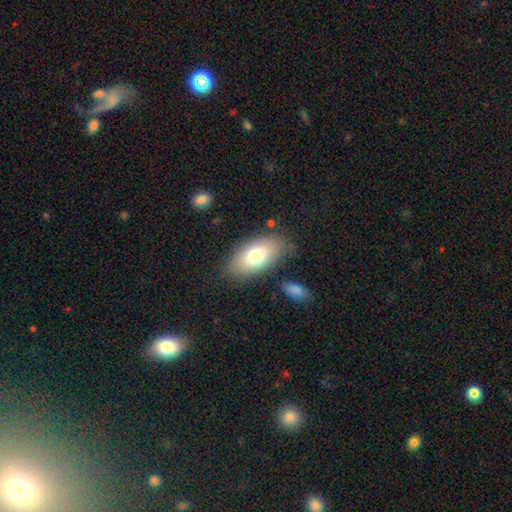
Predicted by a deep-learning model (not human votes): A smooth galaxy with no disk features (76%) that is in between round and cigar-shaped (93%).

Vote fractions:
- Smooth or featured? smooth: 76% / featured or disk: 17% / star or artifact: 7%
- How rounded? in between: 93% / cigar-shaped: 4% / round: 3%
- Merging? none: 80% / minor disturbance: 13% / major disturbance: 4% / merger: 3%